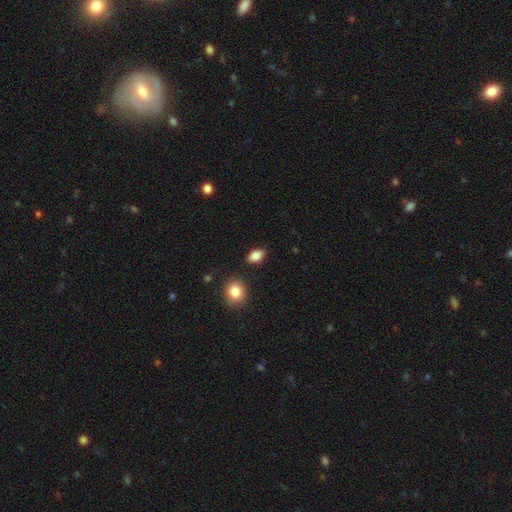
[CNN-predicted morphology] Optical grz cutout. It shows a smooth galaxy with no disk features (86%) that is in between round and cigar-shaped (80%). Merging: none (82%).